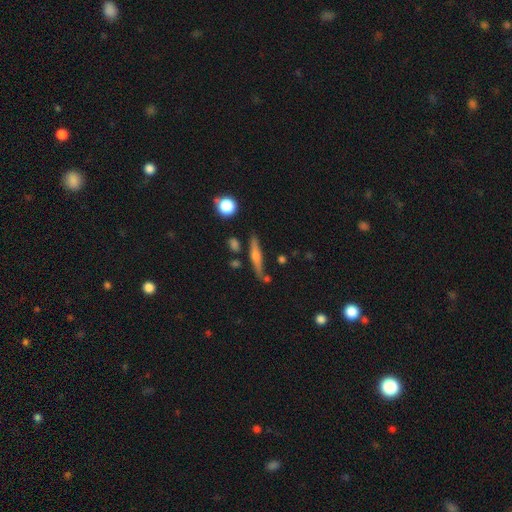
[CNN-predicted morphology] featured or disk 59%, smooth 32%, star or artifact 9%. Down the decision tree: edge-on disk — yes (95%); edge-on bulge — rounded (80%); merging — none (79%).